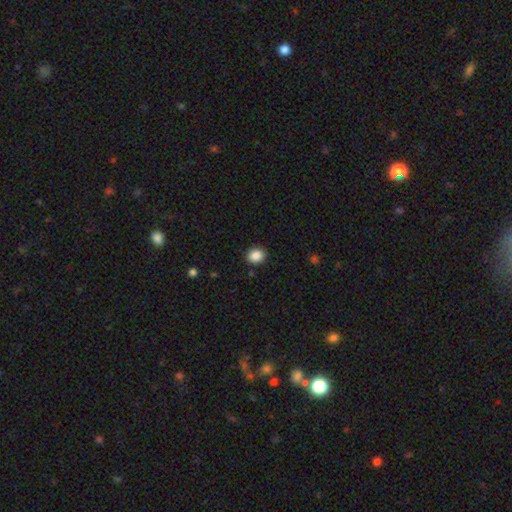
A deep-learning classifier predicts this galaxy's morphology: Q: Smooth or featured?
A: smooth (88%); runner-up: star or artifact (9%)
Q: How rounded?
A: round (65%); runner-up: in between (34%)
Q: Merging?
A: none (89%); runner-up: minor disturbance (8%)